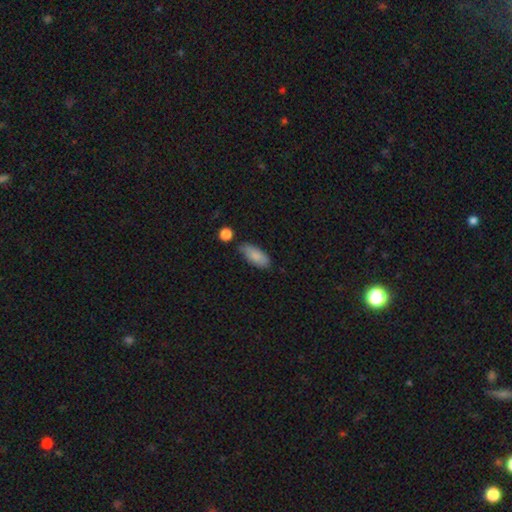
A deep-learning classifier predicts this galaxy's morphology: Smooth or featured? Predicted: smooth (p=0.84). How rounded? Predicted: in between (p=0.87). Merging? Predicted: none (p=0.62).